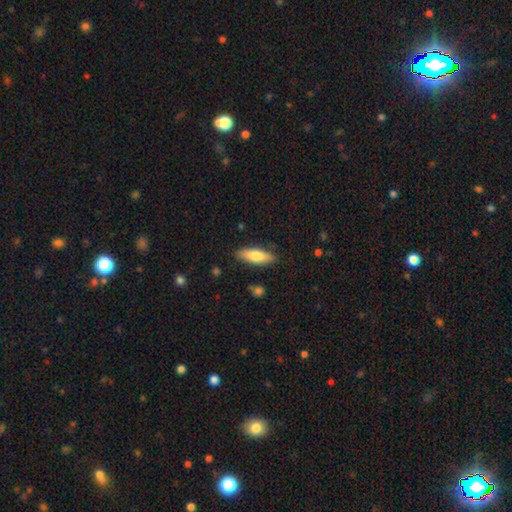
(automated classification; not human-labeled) Smooth or featured: smooth — 73% (featured or disk — 21%)
How rounded: in between — 52% (cigar-shaped — 46%)
Merging: none — 86% (minor disturbance — 10%)